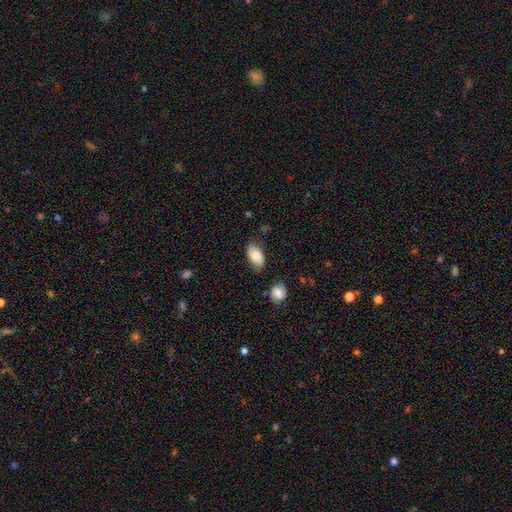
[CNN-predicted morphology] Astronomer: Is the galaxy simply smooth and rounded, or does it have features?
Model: smooth — 78%.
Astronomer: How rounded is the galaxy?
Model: in between — 92%.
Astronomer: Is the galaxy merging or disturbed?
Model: none — 70%.